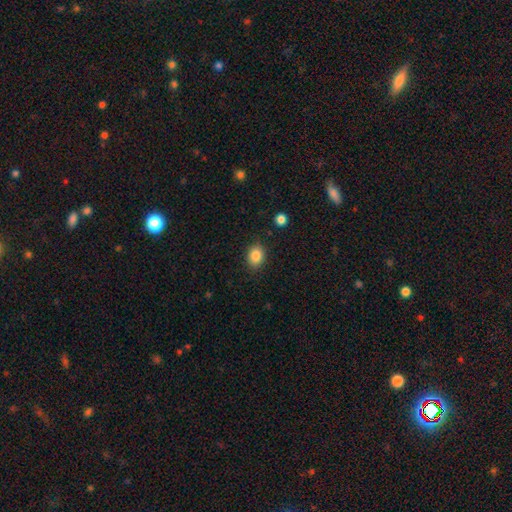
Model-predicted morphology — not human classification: smooth-or-featured: smooth: 85% | star or artifact: 9% | featured or disk: 5%
  how-rounded: in between: 63% | round: 36% | cigar-shaped: 1%
  merging: none: 86% | minor disturbance: 10% | major disturbance: 3% | merger: 2%